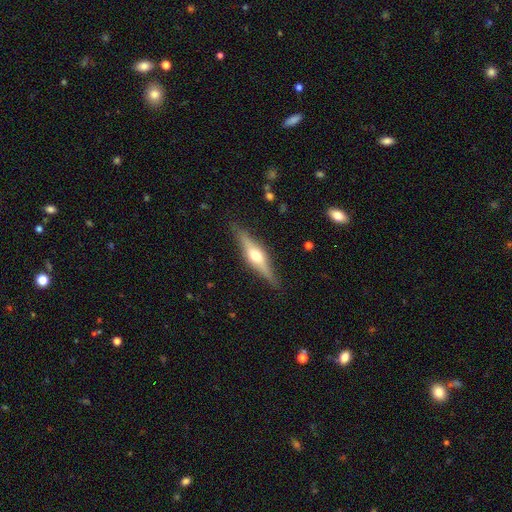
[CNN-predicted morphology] This appears to be a featured or disk galaxy (71%) viewed edge-on (96%) with a rounded central bulge (93%). Merging: none (87%).